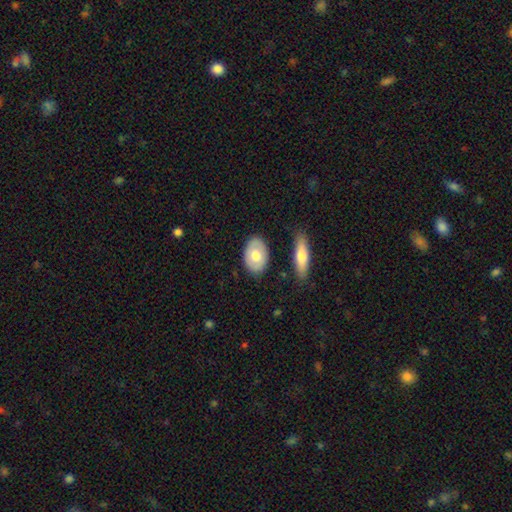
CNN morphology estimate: type=smooth (65%); roundness=in between (88%); merging=none (84%).